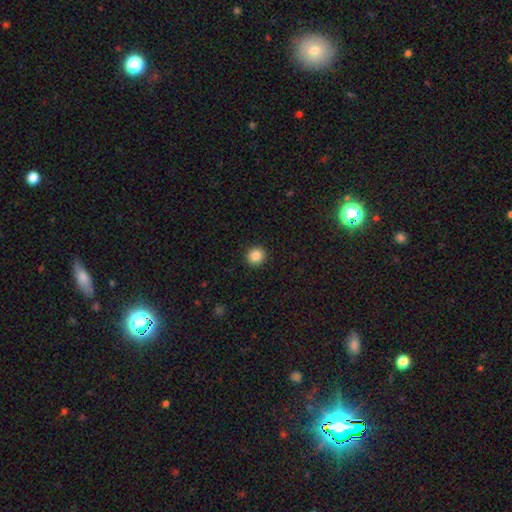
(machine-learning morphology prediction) Smooth or featured? Predicted: smooth (p=0.86). How rounded? Predicted: round (p=0.93). Merging? Predicted: none (p=0.93).